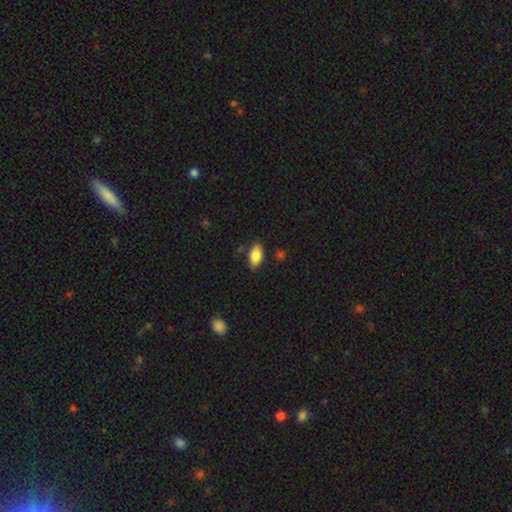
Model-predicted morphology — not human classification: The model was most divided on "merging": none: 82%, minor disturbance: 13%, merger: 2%, major disturbance: 2%. More confident: how rounded — in between (91%); smooth or featured — smooth (83%).